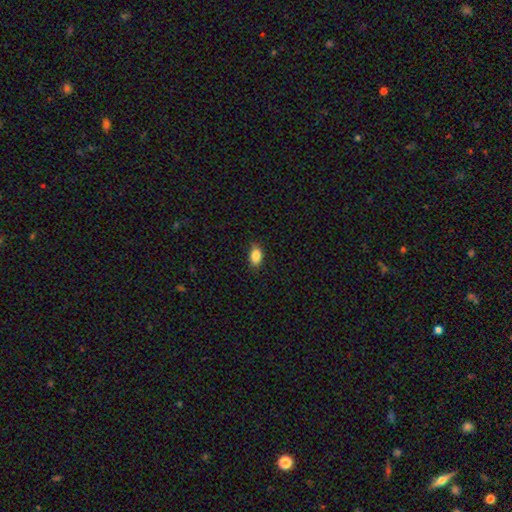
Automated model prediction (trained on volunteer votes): smooth 87%, star or artifact 9%, featured or disk 5%. Down the decision tree: how rounded — in between (88%); merging — none (82%).